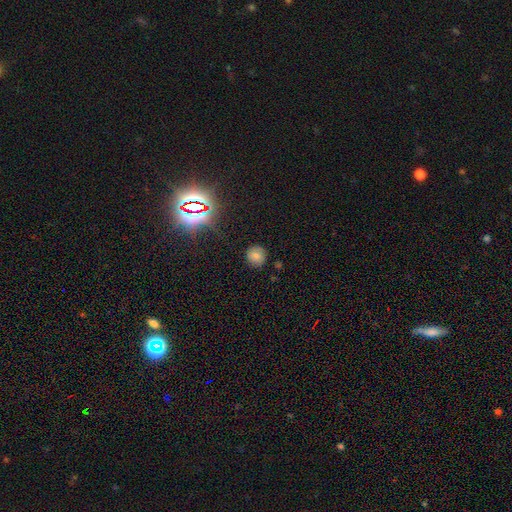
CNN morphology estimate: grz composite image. It shows a smooth galaxy with no disk features (71%) that is round (90%). Merging: none (85%).